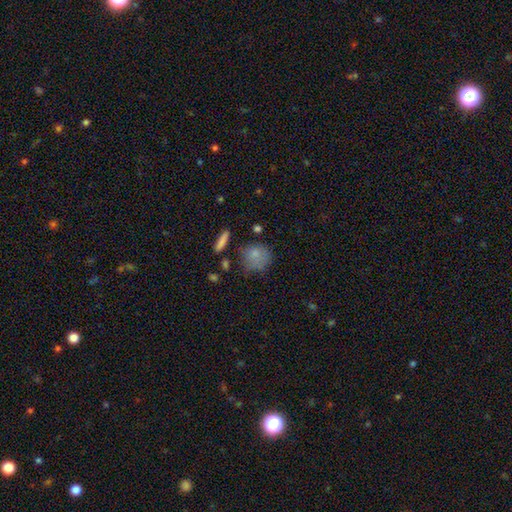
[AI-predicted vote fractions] Overall: smooth (78%). How rounded: round (77%). Merging: none (54%; minor disturbance 28%).